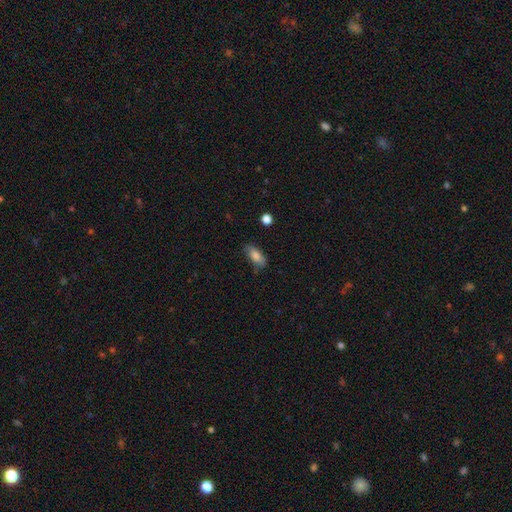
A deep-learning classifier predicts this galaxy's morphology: Smooth or featured? smooth (82%)
How rounded? in between (84%)
Merging? none (71%)